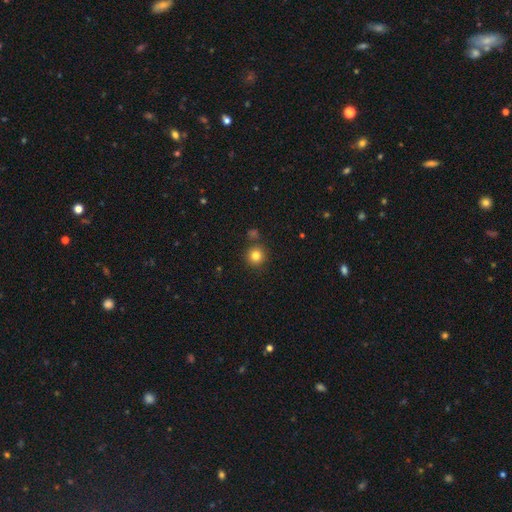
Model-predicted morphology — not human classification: Smooth or featured: smooth — 81% (star or artifact — 13%)
How rounded: round — 94% (in between — 5%)
Merging: none — 85% (minor disturbance — 7%)